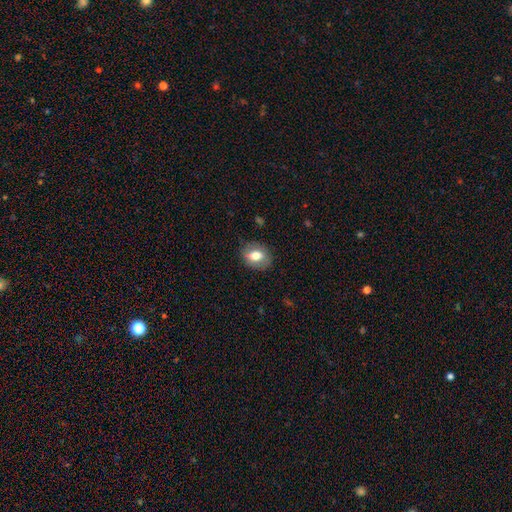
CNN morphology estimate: smooth 67%, featured or disk 25%, star or artifact 8%. Down the decision tree: how rounded — in between (62%); merging — none (82%).